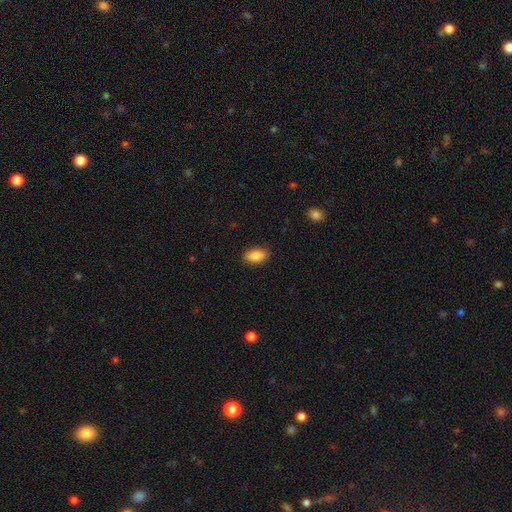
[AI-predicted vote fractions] This appears to be a smooth galaxy with no disk features (86%) that is in between round and cigar-shaped (91%). Merging: none (88%).